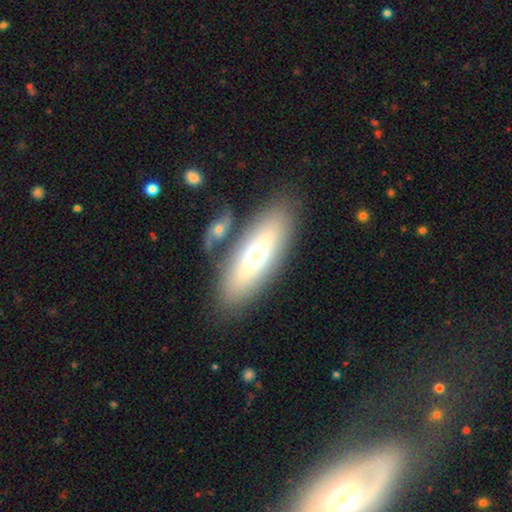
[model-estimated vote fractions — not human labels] Smooth or featured: smooth — 59% (featured or disk — 34%)
How rounded: in between — 69% (cigar-shaped — 29%)
Merging: none — 73% (minor disturbance — 12%)